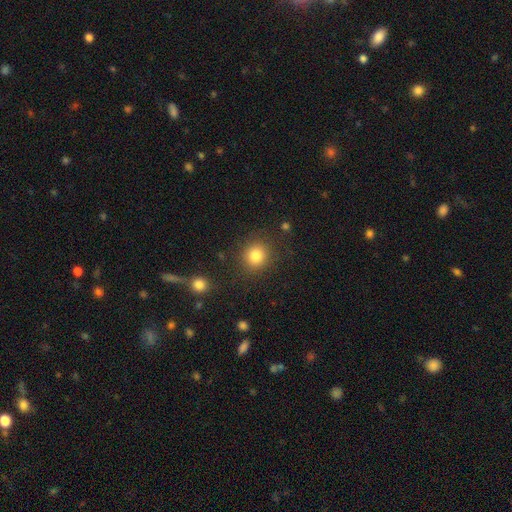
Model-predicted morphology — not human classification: Q: Smooth or featured?
A: smooth (83%); runner-up: star or artifact (11%)
Q: How rounded?
A: round (86%); runner-up: in between (13%)
Q: Merging?
A: none (86%); runner-up: minor disturbance (8%)